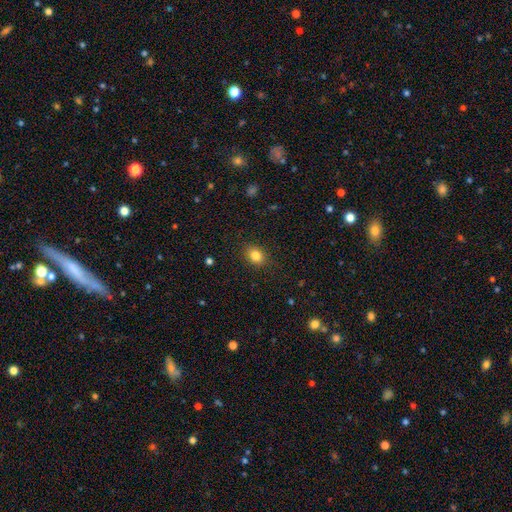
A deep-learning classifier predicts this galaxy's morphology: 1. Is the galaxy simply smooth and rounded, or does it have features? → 83% smooth, 11% star or artifact, 6% featured or disk.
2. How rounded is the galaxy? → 55% round, 44% in between, 1% cigar-shaped.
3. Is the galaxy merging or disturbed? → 88% none, 9% minor disturbance, 3% major disturbance, 1% merger.